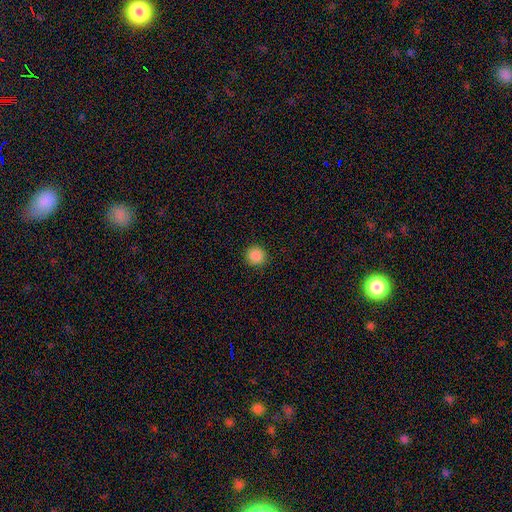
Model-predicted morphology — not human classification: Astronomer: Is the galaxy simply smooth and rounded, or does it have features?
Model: smooth — 87%.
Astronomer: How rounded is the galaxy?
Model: round — 94%.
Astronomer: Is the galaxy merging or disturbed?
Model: none — 92%.